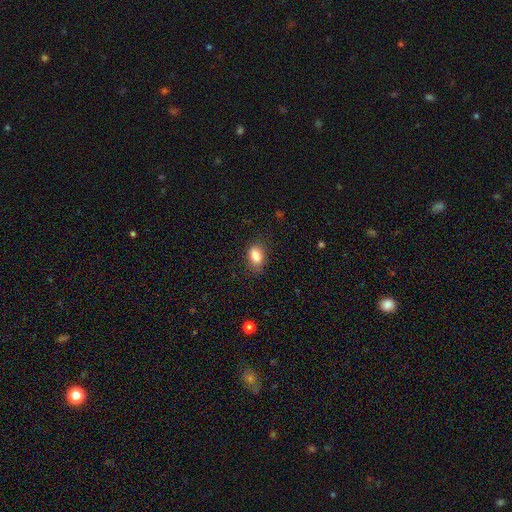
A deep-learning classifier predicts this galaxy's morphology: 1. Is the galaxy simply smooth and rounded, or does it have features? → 85% smooth, 8% star or artifact, 6% featured or disk.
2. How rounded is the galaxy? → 86% in between, 11% round, 3% cigar-shaped.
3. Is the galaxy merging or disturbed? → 75% none, 18% minor disturbance, 5% major disturbance, 1% merger.